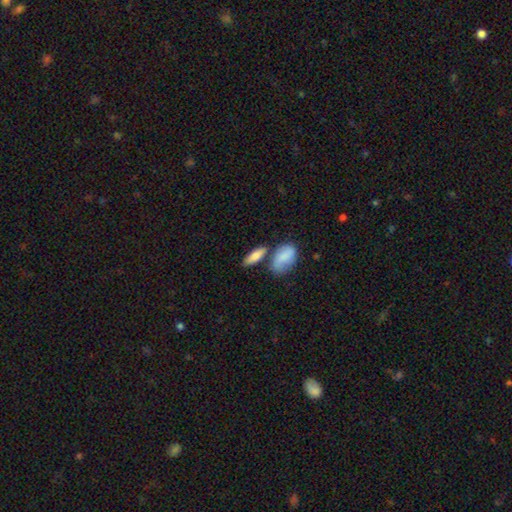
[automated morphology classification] smooth 76%, featured or disk 17%, star or artifact 6%. Down the decision tree: how rounded — in between (68%); merging — none (60%).